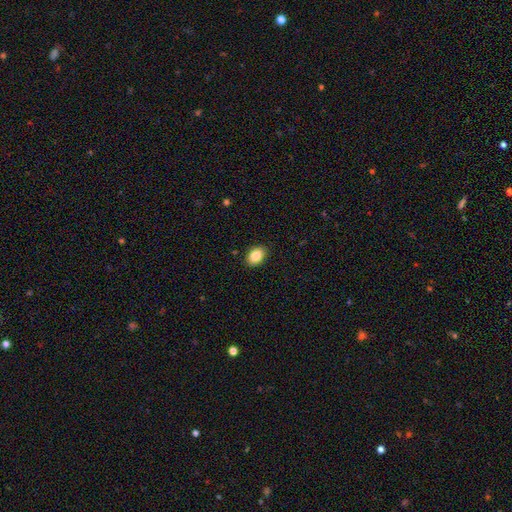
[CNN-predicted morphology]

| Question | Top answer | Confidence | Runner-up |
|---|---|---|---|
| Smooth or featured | smooth | 87% | star or artifact (8%) |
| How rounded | in between | 77% | round (22%) |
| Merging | none | 89% | minor disturbance (8%) |